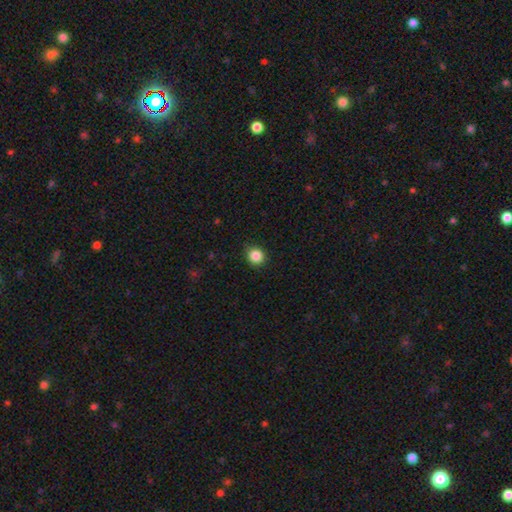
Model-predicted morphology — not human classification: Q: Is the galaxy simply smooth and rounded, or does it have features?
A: smooth — 86%.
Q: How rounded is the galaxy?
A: round — 90%.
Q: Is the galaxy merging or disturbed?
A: none — 90%.